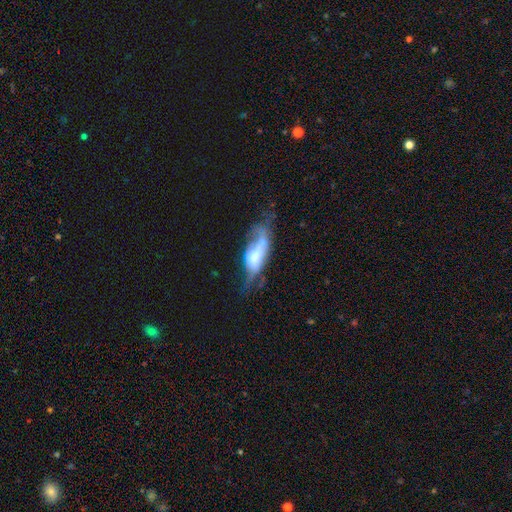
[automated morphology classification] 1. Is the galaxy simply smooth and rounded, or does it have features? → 51% featured or disk, 40% smooth, 9% star or artifact.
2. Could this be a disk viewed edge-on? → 82% no, 18% yes.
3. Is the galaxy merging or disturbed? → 33% major disturbance, 27% merger, 20% none, 20% minor disturbance.